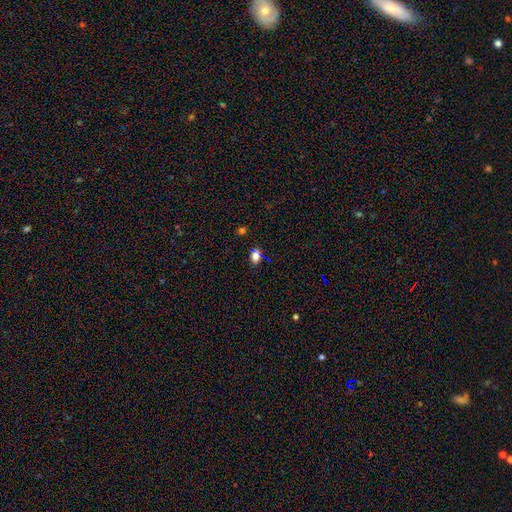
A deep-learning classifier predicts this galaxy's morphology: A smooth galaxy with no disk features (73%) that is in between round and cigar-shaped (74%).

Vote fractions:
- Smooth or featured? smooth: 73% / star or artifact: 19% / featured or disk: 8%
- How rounded? in between: 74% / round: 22% / cigar-shaped: 3%
- Merging? none: 79% / minor disturbance: 14% / major disturbance: 4% / merger: 3%